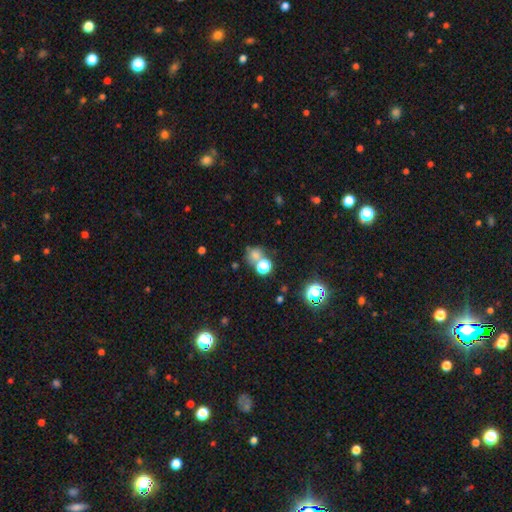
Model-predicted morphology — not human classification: Smooth or featured? Predicted: smooth (p=0.62). How rounded? Predicted: round (p=0.78). Merging? Predicted: none (p=0.54).